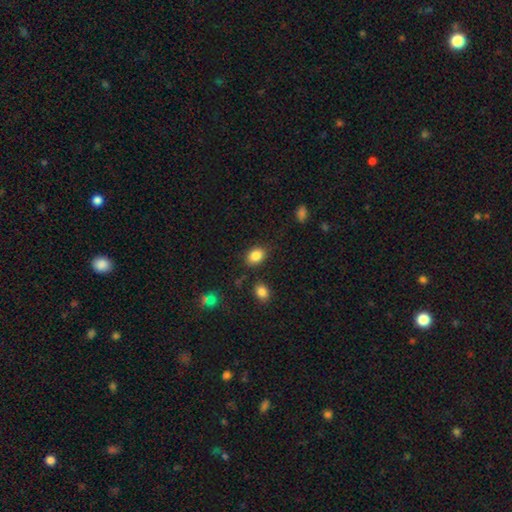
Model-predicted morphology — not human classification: This appears to be a smooth galaxy with no disk features (86%) that is in between round and cigar-shaped (64%). Merging: none (82%).